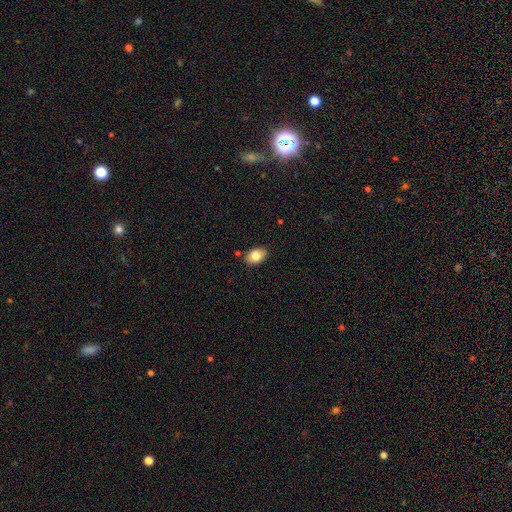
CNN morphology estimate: type=smooth (81%); roundness=in between (85%); merging=none (85%).